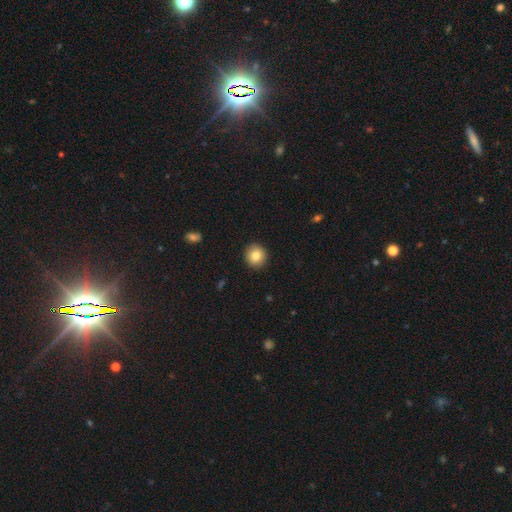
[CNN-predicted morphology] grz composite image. It shows a smooth galaxy with no disk features (83%) that is round (88%). Merging: none (92%).